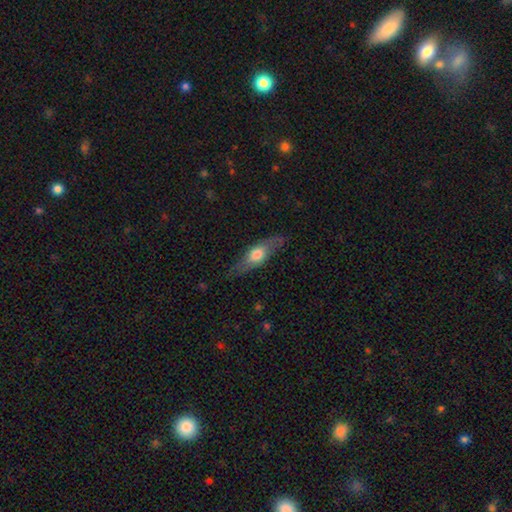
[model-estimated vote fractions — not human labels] Q: Smooth or featured?
A: smooth (52%); runner-up: featured or disk (42%)
Q: How rounded?
A: in between (51%); runner-up: cigar-shaped (45%)
Q: Merging?
A: none (75%); runner-up: minor disturbance (18%)